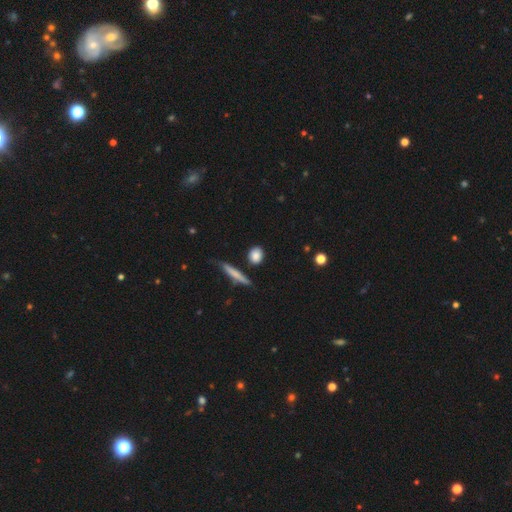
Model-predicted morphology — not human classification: type=smooth (85%); roundness=round (55%); merging=none (83%).